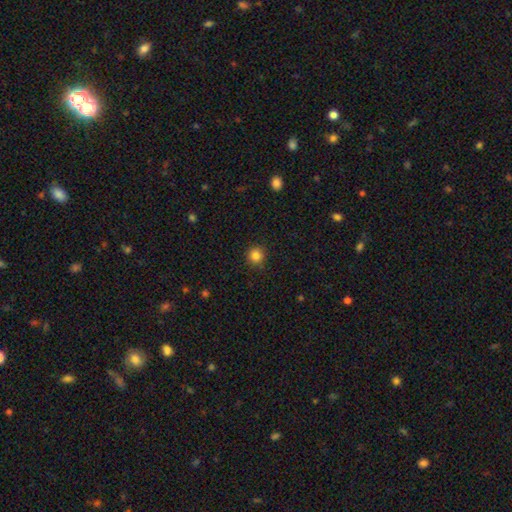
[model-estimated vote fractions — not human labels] Overall: smooth (84%). How rounded: round (93%). Merging: none (90%).